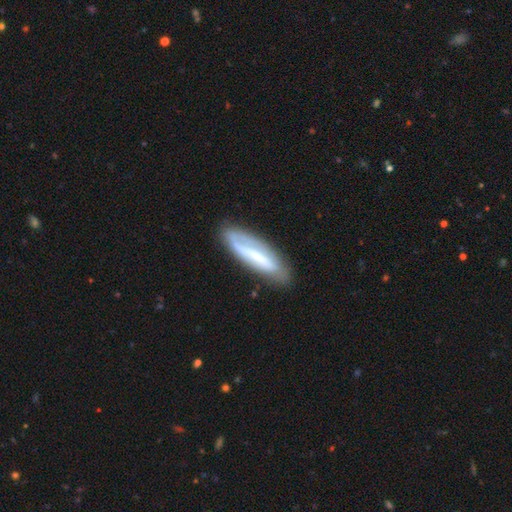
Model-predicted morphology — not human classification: Overall: featured or disk (62%; smooth 32%). Edge-on disk: no (69%; yes 31%). Merging: none (73%).